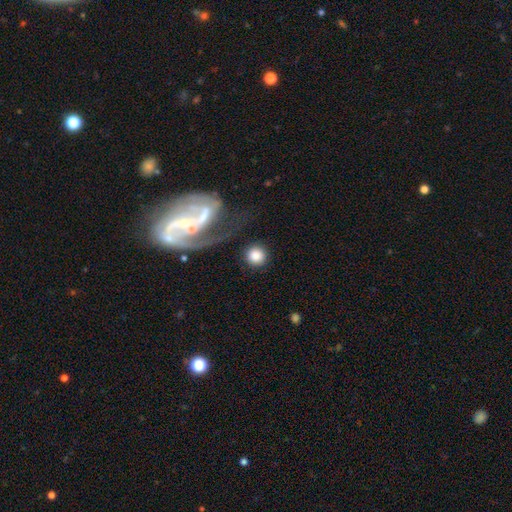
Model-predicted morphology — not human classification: Smooth or featured?
  - smooth: 79% *
  - featured or disk: 13%
  - star or artifact: 8%
How rounded?
  - round: 93% *
  - in between: 6%
  - cigar-shaped: 1%
Merging?
  - none: 78% *
  - minor disturbance: 8%
  - merger: 7%
  - major disturbance: 7%